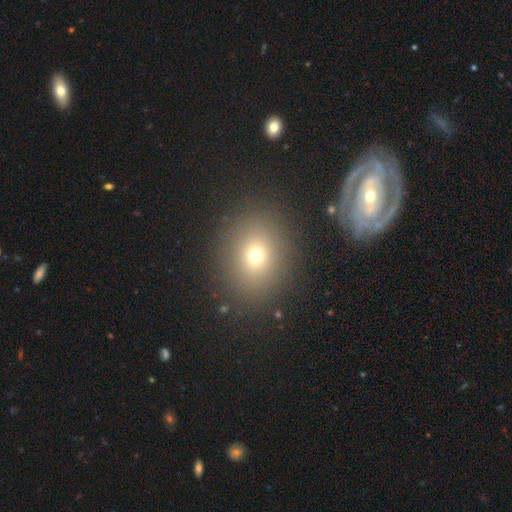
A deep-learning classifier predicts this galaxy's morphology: Q: Smooth or featured?
A: smooth (69%); runner-up: star or artifact (19%)
Q: How rounded?
A: round (68%); runner-up: in between (31%)
Q: Merging?
A: none (85%); runner-up: minor disturbance (8%)